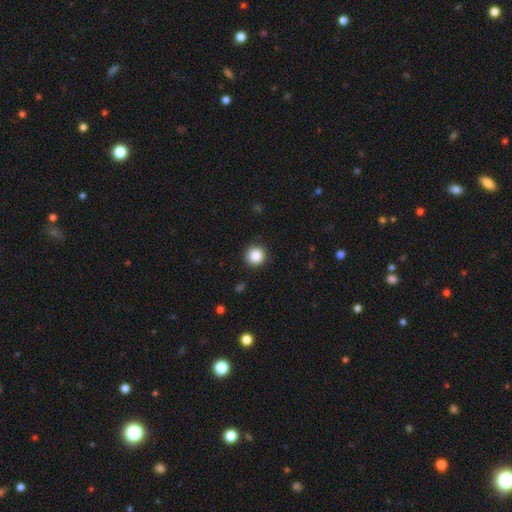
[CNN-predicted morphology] Smooth or featured?
  - smooth: 87% *
  - star or artifact: 9%
  - featured or disk: 3%
How rounded?
  - round: 95% *
  - in between: 4%
  - cigar-shaped: 1%
Merging?
  - none: 90% *
  - minor disturbance: 7%
  - major disturbance: 2%
  - merger: 1%